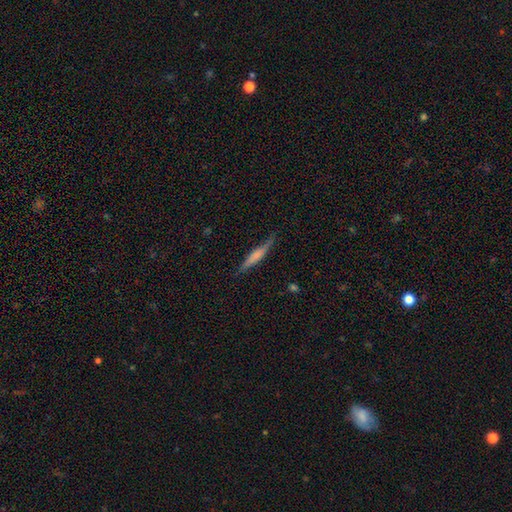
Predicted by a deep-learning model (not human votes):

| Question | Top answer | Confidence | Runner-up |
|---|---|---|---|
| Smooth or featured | featured or disk | 49% | smooth (45%) |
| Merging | none | 76% | minor disturbance (18%) |